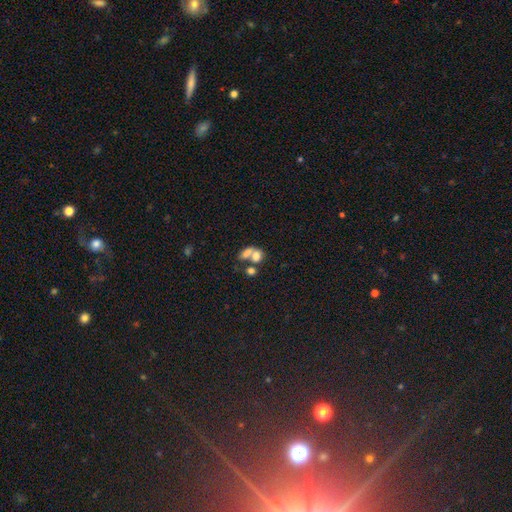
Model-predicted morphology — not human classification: Smooth or featured: smooth — 70% (featured or disk — 17%)
How rounded: in between — 68% (round — 29%)
Merging: merger — 59% (none — 24%)